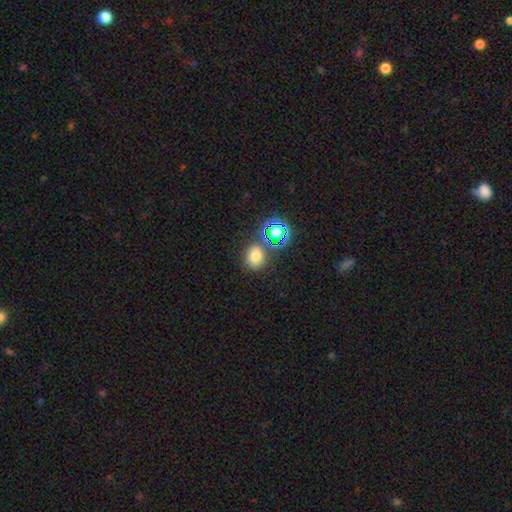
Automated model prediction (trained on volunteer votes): A smooth galaxy with no disk features (69%) that is round (62%).

Vote fractions:
- Smooth or featured? smooth: 69% / star or artifact: 23% / featured or disk: 8%
- How rounded? round: 62% / in between: 37% / cigar-shaped: 1%
- Merging? none: 74% / merger: 12% / minor disturbance: 10% / major disturbance: 3%